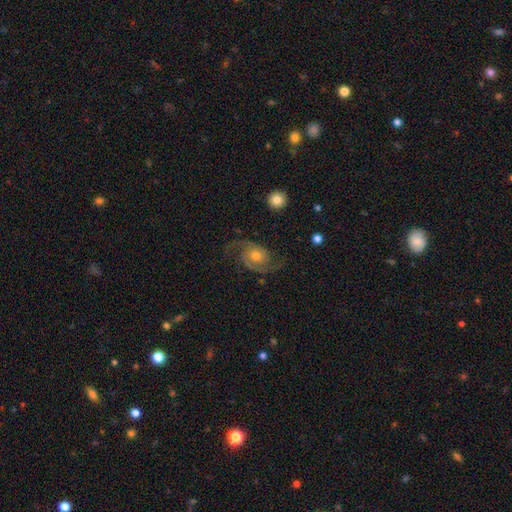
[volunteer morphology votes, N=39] Volunteers were most divided on "spiral winding": medium: 59%, loose: 25%, tight: 16%. More confident: edge-on disk — no (100%); spiral arms — yes (100%); spiral arm count — 2 (100%); bar — no (84%); smooth or featured — featured or disk (82%); bulge size — moderate (78%); merging — none (72%).